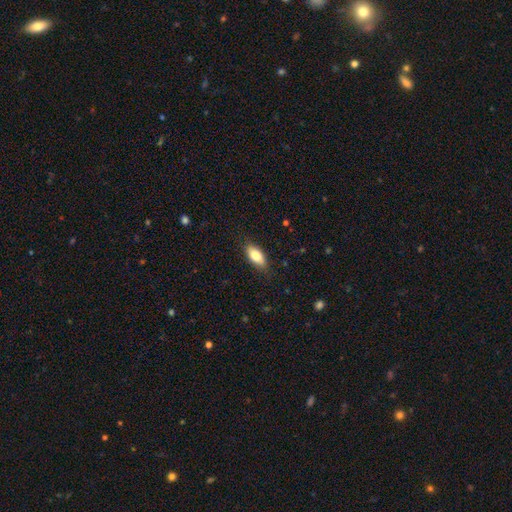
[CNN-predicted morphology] The model was most divided on "smooth or featured": smooth: 81%, featured or disk: 13%, star or artifact: 6%. More confident: how rounded — in between (87%); merging — none (84%).